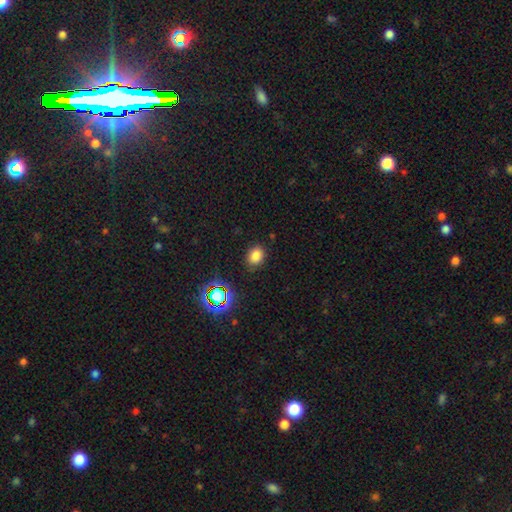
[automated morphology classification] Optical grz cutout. It shows a smooth galaxy with no disk features (77%) that is in between round and cigar-shaped (57%). Merging: none (84%).